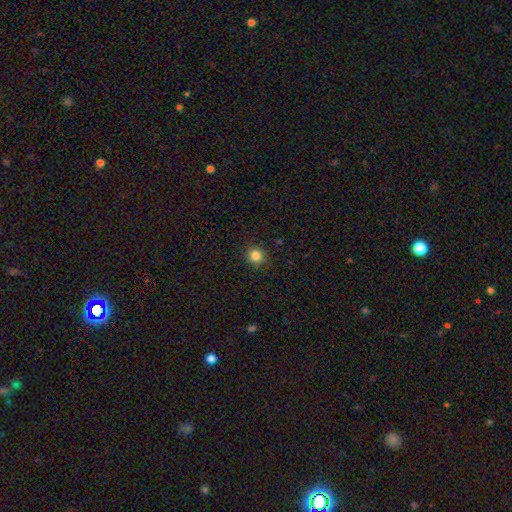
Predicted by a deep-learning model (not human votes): Smooth or featured? Predicted: smooth (p=0.84). How rounded? Predicted: round (p=0.91). Merging? Predicted: none (p=0.89).